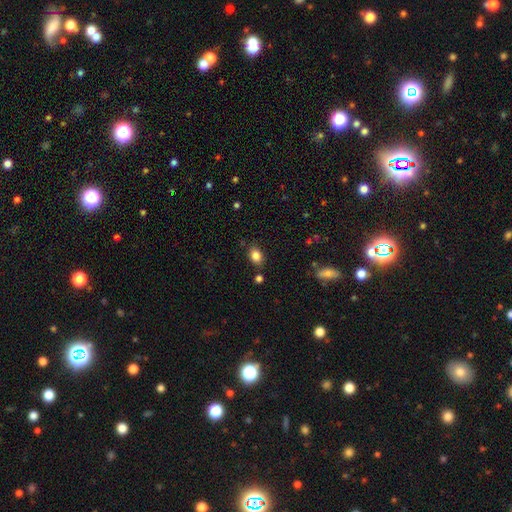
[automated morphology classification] smooth_or_featured: smooth (p=0.84) [alt: star or artifact p=0.10]
how_rounded: in between (p=0.74) [alt: round p=0.25]
merging: none (p=0.81) [alt: minor disturbance p=0.12]